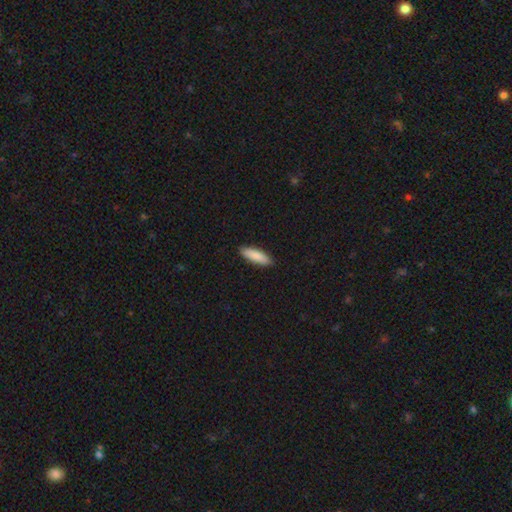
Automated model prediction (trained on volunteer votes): Overall: smooth (87%). How rounded: cigar-shaped (60%; in between 39%). Merging: none (90%).